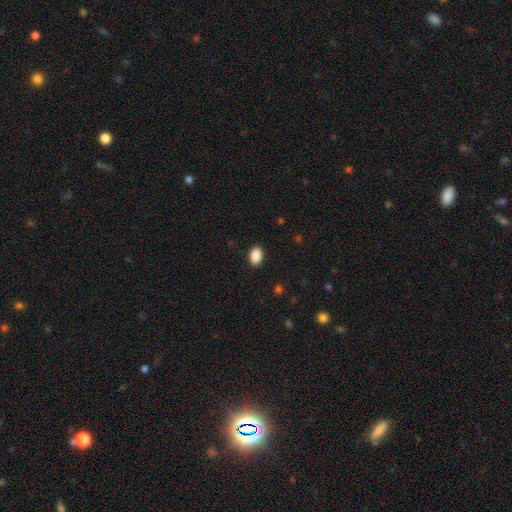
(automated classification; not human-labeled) Overall: smooth (89%). How rounded: in between (83%). Merging: none (89%).